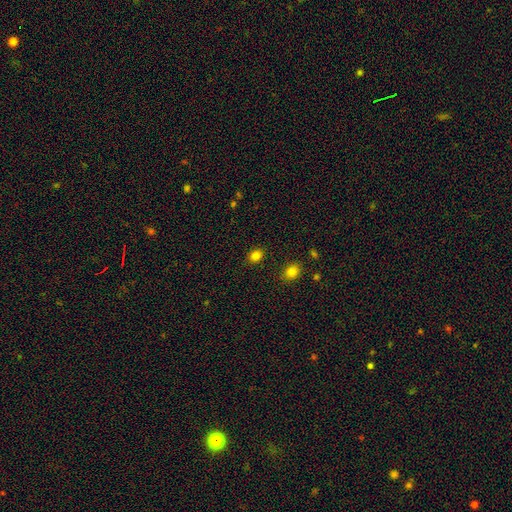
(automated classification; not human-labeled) This is clearly a smooth galaxy (82%). How rounded: possibly in between (59%). Merging: clearly none (87%).